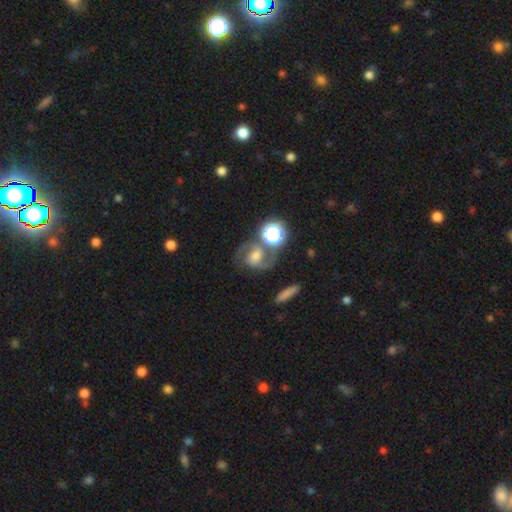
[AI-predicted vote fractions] Smooth or featured? featured or disk (72%)
Edge-on disk? no (97%)
Bar? no (44%)
Spiral arms? yes (95%)
Spiral winding? medium (58%)
Spiral arm count? 2 (91%)
Bulge size? moderate (53%)
Merging? none (61%)